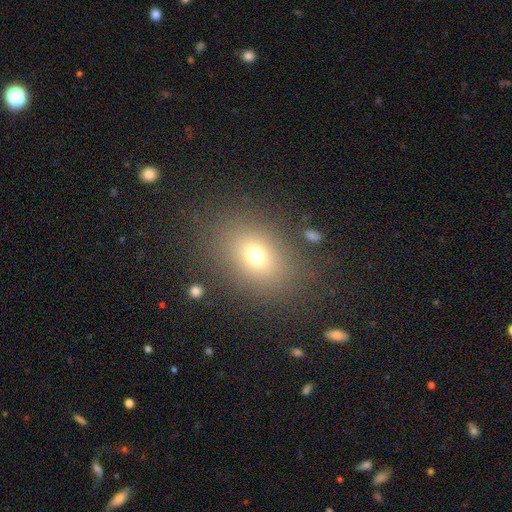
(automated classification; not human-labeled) Q: Smooth or featured?
A: smooth (70%); runner-up: star or artifact (17%)
Q: How rounded?
A: in between (65%); runner-up: round (33%)
Q: Merging?
A: none (81%); runner-up: minor disturbance (10%)